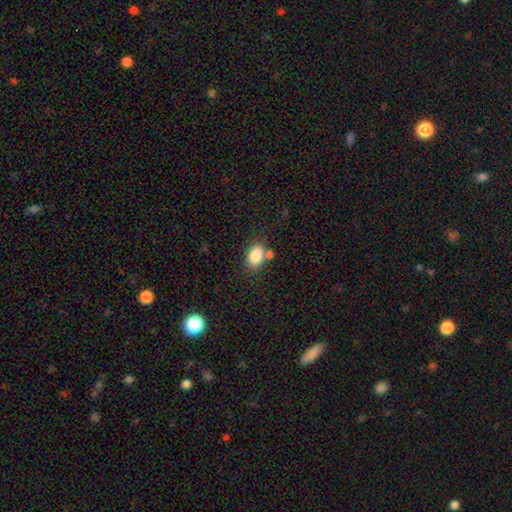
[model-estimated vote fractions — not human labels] Q: Smooth or featured?
A: smooth (85%); runner-up: star or artifact (9%)
Q: How rounded?
A: in between (84%); runner-up: round (14%)
Q: Merging?
A: none (65%); runner-up: merger (16%)